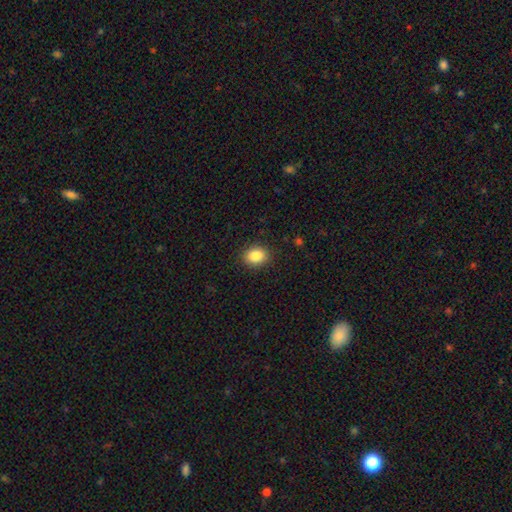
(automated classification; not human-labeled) The model was most divided on "how rounded": in between: 57%, round: 42%, cigar-shaped: 1%. More confident: merging — none (88%); smooth or featured — smooth (87%).